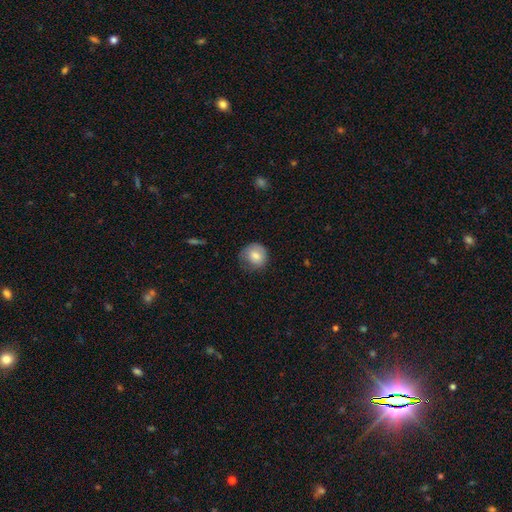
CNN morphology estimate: This appears to be a smooth galaxy with no disk features (79%) that is round (85%). Merging: none (64%).